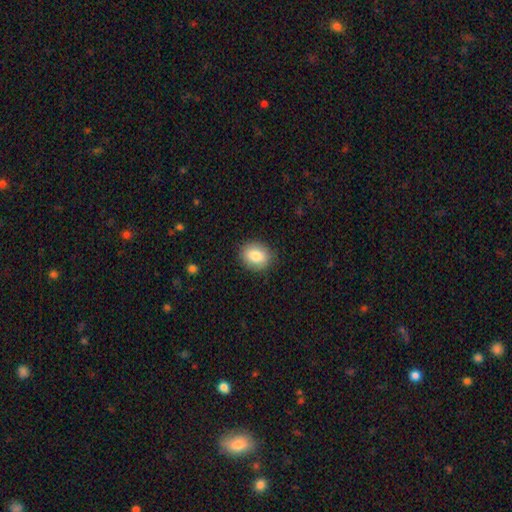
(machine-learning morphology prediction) A smooth galaxy with no disk features (84%) that is round (52%).

Vote fractions:
- Smooth or featured? smooth: 84% / featured or disk: 8% / star or artifact: 8%
- How rounded? round: 52% / in between: 47% / cigar-shaped: 1%
- Merging? none: 88% / minor disturbance: 9% / major disturbance: 2% / merger: 1%